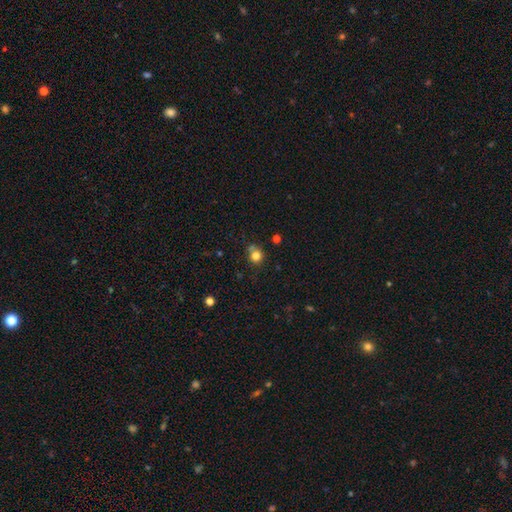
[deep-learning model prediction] Overall: smooth (79%). How rounded: round (86%). Merging: none (67%).